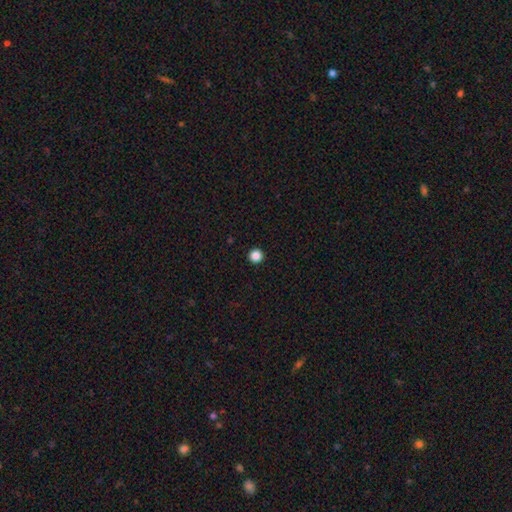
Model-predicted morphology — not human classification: The model was most divided on "smooth or featured": smooth: 86%, star or artifact: 11%, featured or disk: 3%. More confident: how rounded — round (96%); merging — none (95%).